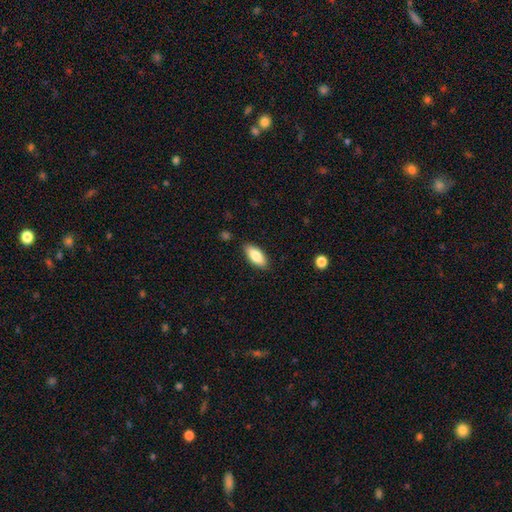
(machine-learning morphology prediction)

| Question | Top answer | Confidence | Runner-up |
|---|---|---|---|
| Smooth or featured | smooth | 84% | featured or disk (10%) |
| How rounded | in between | 84% | cigar-shaped (14%) |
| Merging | none | 86% | minor disturbance (10%) |